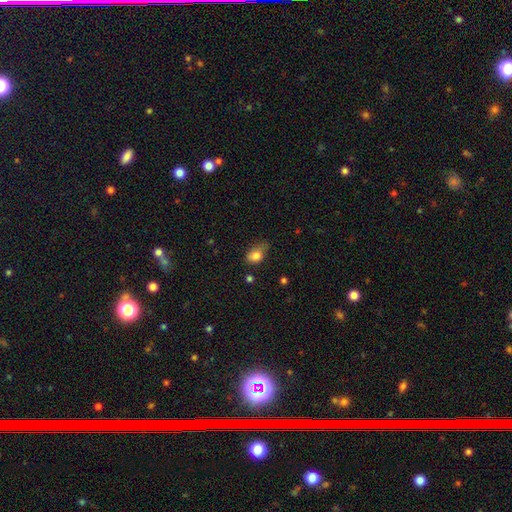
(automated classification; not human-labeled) smooth_or_featured: smooth (p=0.82) [alt: star or artifact p=0.09]
how_rounded: in between (p=0.73) [alt: round p=0.25]
merging: minor disturbance (p=0.43) [alt: none p=0.38]